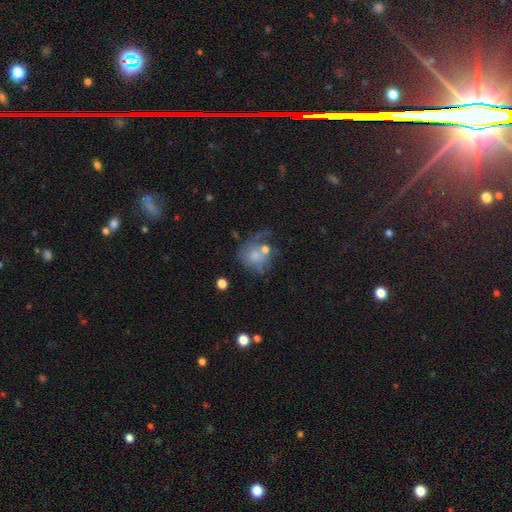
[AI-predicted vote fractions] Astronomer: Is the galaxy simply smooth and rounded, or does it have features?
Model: smooth — 58%.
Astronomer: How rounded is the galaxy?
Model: round — 71%.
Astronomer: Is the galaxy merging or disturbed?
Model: none — 31% (runner-up: major disturbance, 29%).